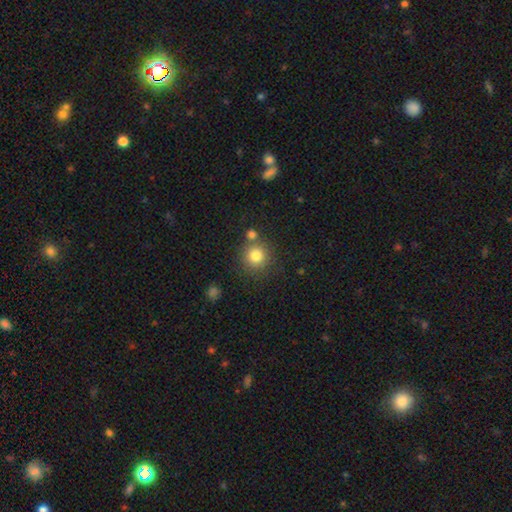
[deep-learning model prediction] Smooth or featured: smooth — 81% (star or artifact — 12%)
How rounded: round — 93% (in between — 7%)
Merging: none — 71% (merger — 16%)